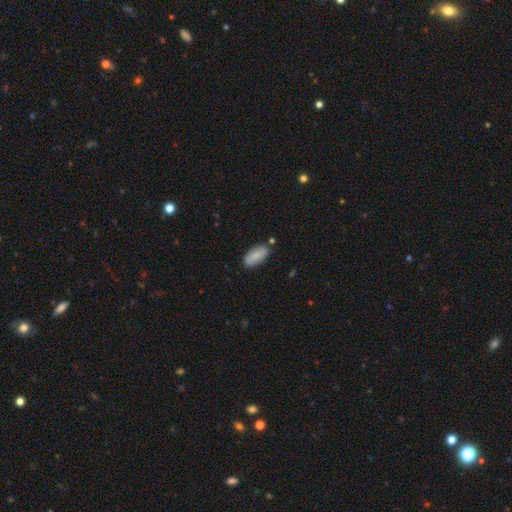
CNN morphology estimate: The model was most divided on "merging": none: 81%, minor disturbance: 13%, merger: 3%, major disturbance: 3%. More confident: how rounded — in between (84%); smooth or featured — smooth (83%).